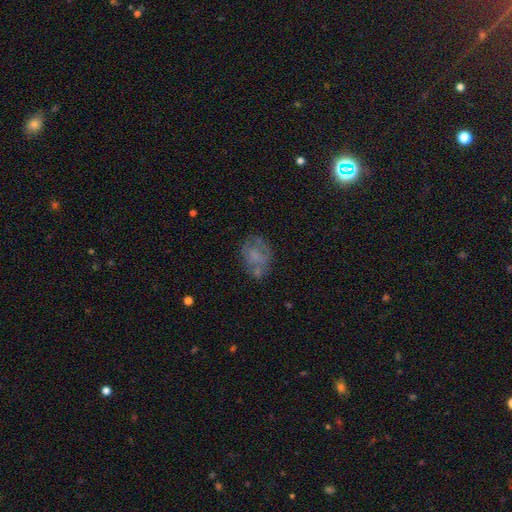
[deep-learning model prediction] A smooth galaxy with no disk features (51%) that is in between round and cigar-shaped (62%).

Vote fractions:
- Smooth or featured? smooth: 51% / featured or disk: 37% / star or artifact: 12%
- How rounded? in between: 62% / round: 36% / cigar-shaped: 1%
- Merging? none: 54% / minor disturbance: 23% / major disturbance: 14% / merger: 9%